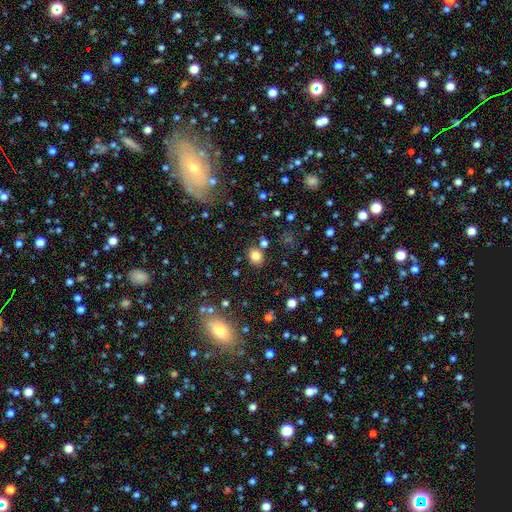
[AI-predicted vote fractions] Morphology: type=smooth (80%); roundness=round (57%); merging=none (80%).